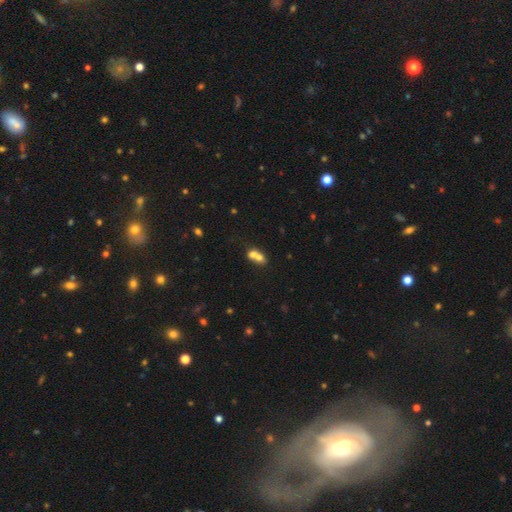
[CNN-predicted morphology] A smooth galaxy with no disk features (66%) that is in between round and cigar-shaped (49%).

Vote fractions:
- Smooth or featured? smooth: 66% / featured or disk: 22% / star or artifact: 12%
- How rounded? in between: 49% / round: 48% / cigar-shaped: 3%
- Merging? merger: 71% / none: 20% / minor disturbance: 5% / major disturbance: 3%